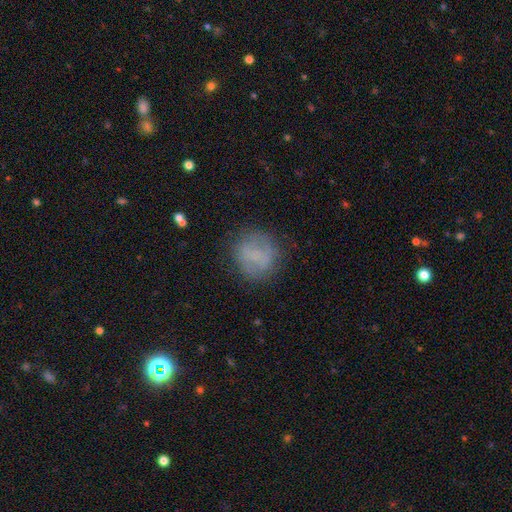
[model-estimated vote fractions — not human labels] The model was most divided on "smooth or featured": smooth: 62%, featured or disk: 27%, star or artifact: 11%. More confident: how rounded — round (84%); merging — none (74%).